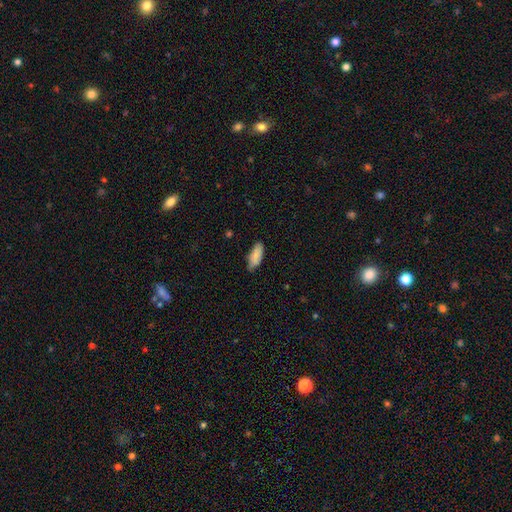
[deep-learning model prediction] smooth-or-featured: smooth: 85% | featured or disk: 9% | star or artifact: 6%
  how-rounded: in between: 82% | cigar-shaped: 16% | round: 2%
  merging: none: 69% | minor disturbance: 26% | major disturbance: 4% | merger: 1%